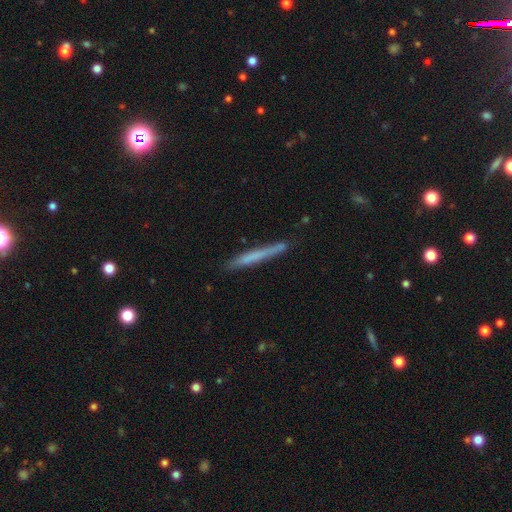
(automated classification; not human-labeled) Q: Smooth or featured?
A: smooth (59%); runner-up: featured or disk (34%)
Q: How rounded?
A: cigar-shaped (97%); runner-up: in between (2%)
Q: Merging?
A: none (85%); runner-up: minor disturbance (12%)